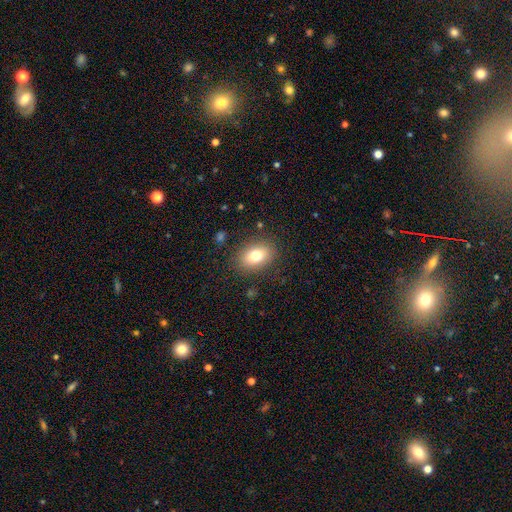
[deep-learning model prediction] A smooth galaxy with no disk features (77%) that is in between round and cigar-shaped (78%). Merging: none (85%).